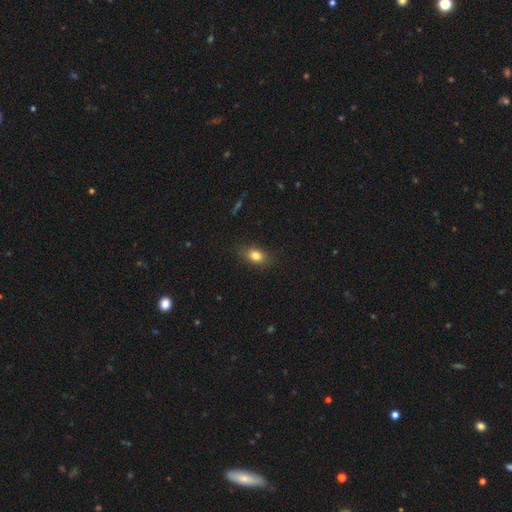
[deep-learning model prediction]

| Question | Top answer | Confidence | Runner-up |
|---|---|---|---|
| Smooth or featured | smooth | 81% | star or artifact (10%) |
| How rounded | in between | 75% | round (22%) |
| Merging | none | 83% | minor disturbance (13%) |